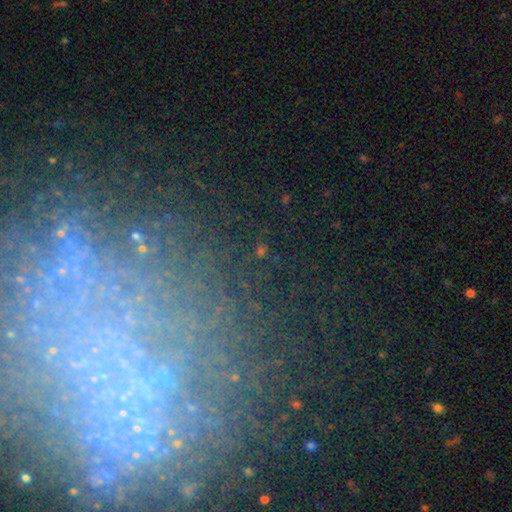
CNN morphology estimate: Smooth or featured? Predicted: star or artifact (p=0.48).